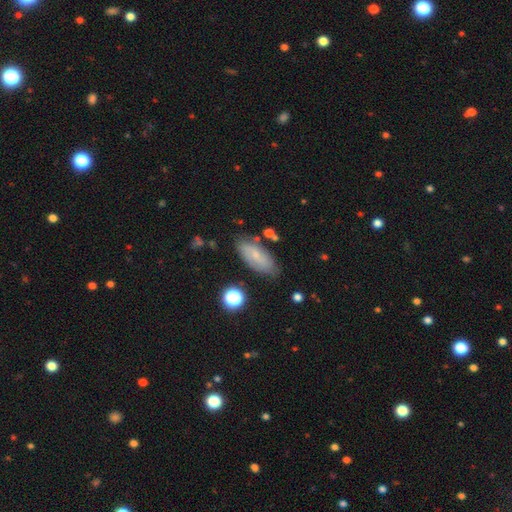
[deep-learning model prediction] A smooth galaxy with no disk features (55%) that is in between round and cigar-shaped (81%). Merging: none (75%).